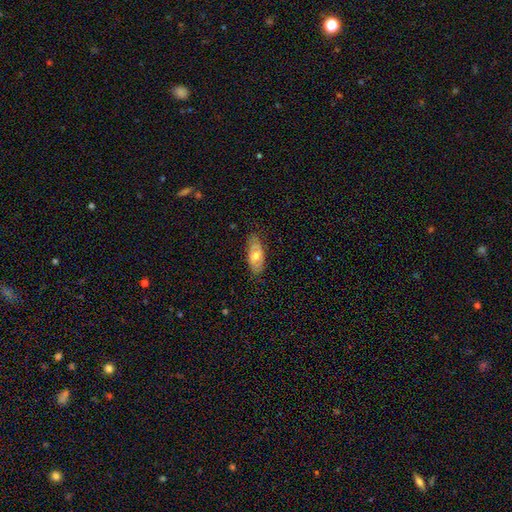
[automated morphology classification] The model was most divided on "smooth or featured": smooth: 51%, featured or disk: 43%, star or artifact: 6%. More confident: how rounded — in between (87%); merging — none (75%).